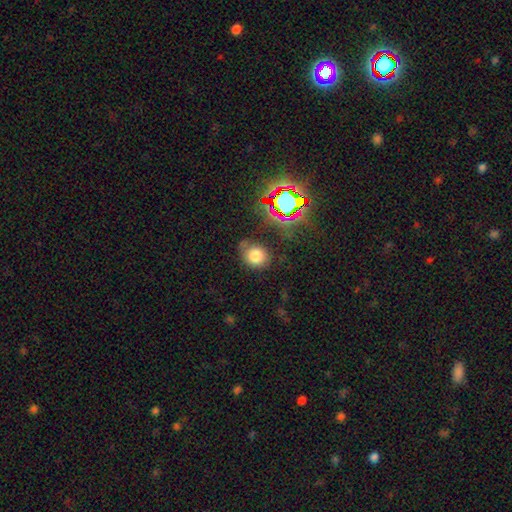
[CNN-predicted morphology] Smooth or featured: smooth — 74% (star or artifact — 17%)
How rounded: round — 75% (in between — 24%)
Merging: none — 67% (minor disturbance — 21%)